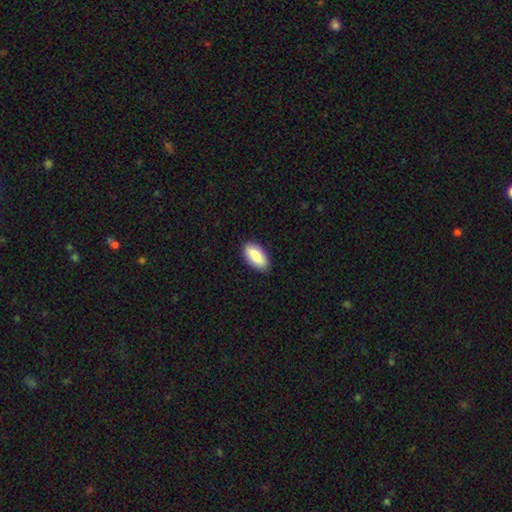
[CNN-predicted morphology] This is clearly a smooth galaxy (87%). How rounded: clearly in between (94%). Merging: clearly none (88%).